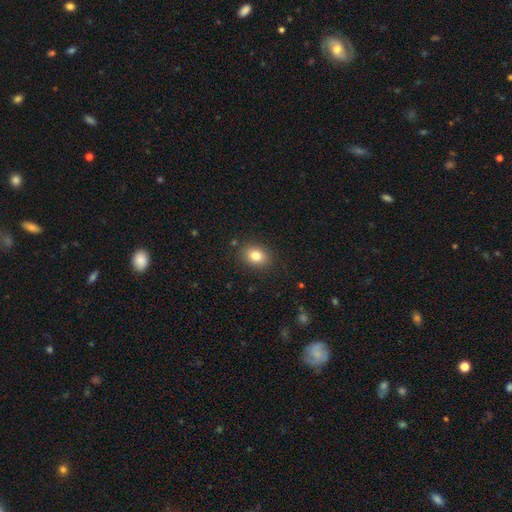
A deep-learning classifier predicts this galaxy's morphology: A smooth galaxy with no disk features (81%) that is in between round and cigar-shaped (61%).

Vote fractions:
- Smooth or featured? smooth: 81% / star or artifact: 10% / featured or disk: 9%
- How rounded? in between: 61% / round: 38% / cigar-shaped: 1%
- Merging? none: 88% / minor disturbance: 8% / major disturbance: 2% / merger: 1%